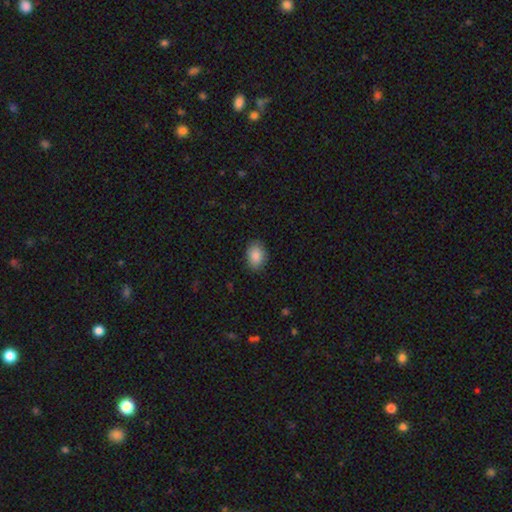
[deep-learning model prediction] Q: Smooth or featured?
A: smooth (88%); runner-up: star or artifact (7%)
Q: How rounded?
A: in between (79%); runner-up: round (20%)
Q: Merging?
A: none (85%); runner-up: minor disturbance (11%)